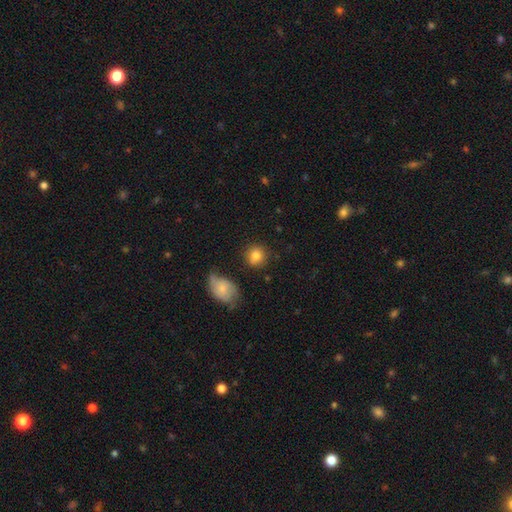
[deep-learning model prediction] smooth_or_featured: smooth (p=0.82) [alt: star or artifact p=0.09]
how_rounded: round (p=0.85) [alt: in between p=0.14]
merging: none (p=0.76) [alt: minor disturbance p=0.13]